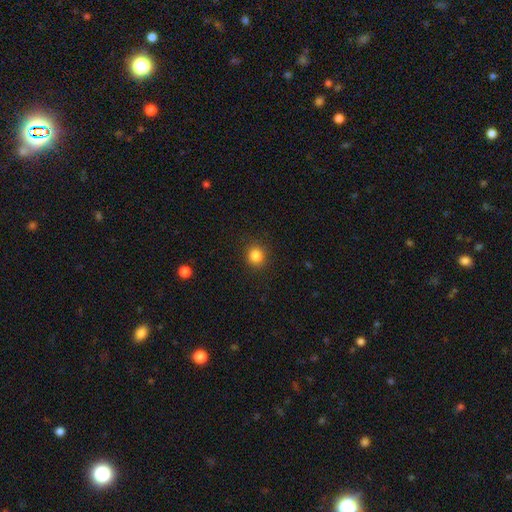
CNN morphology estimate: smooth 85%, star or artifact 11%, featured or disk 4%. Down the decision tree: how rounded — round (89%); merging — none (90%).